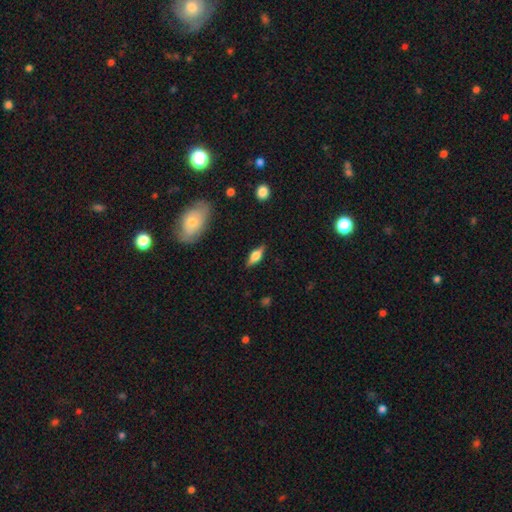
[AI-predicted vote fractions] Smooth or featured: featured or disk — 54% (smooth — 39%)
Edge-on disk: yes — 93% (no — 7%)
Merging: none — 85% (minor disturbance — 11%)